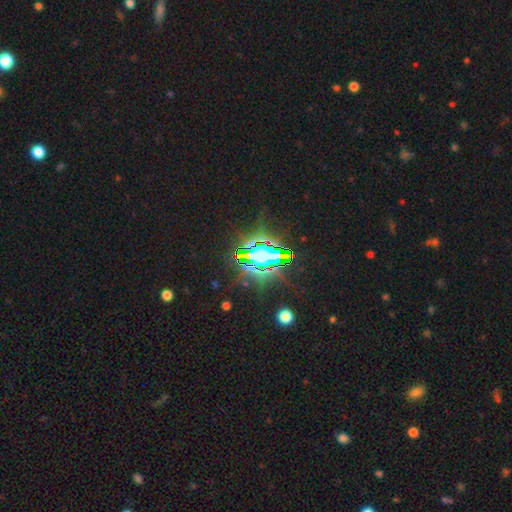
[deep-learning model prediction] star or artifact 81%, smooth 10%, featured or disk 9%.